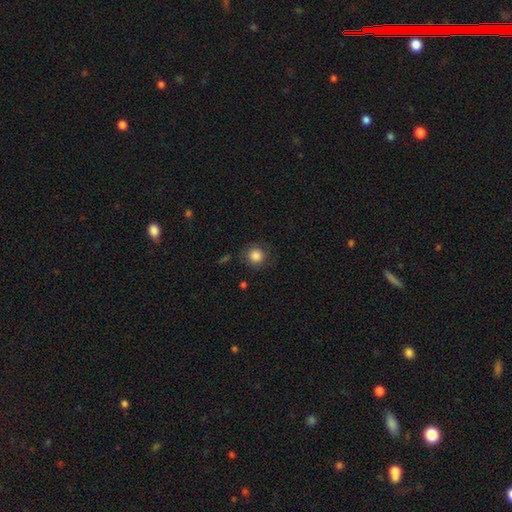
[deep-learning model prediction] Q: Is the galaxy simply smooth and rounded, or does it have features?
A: smooth — 85%.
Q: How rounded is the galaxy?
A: round — 92%.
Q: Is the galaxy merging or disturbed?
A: none — 82%.